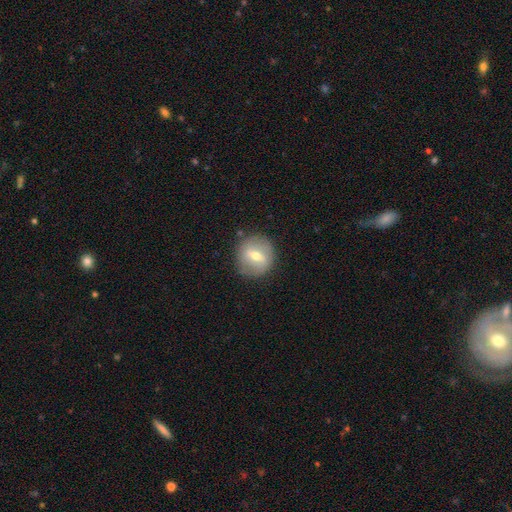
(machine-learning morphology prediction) type=smooth (49%); merging=none (83%).